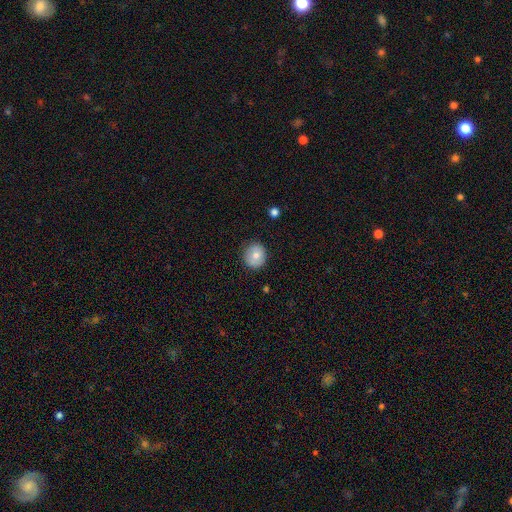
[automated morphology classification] smooth_or_featured: smooth (p=0.76) [alt: featured or disk p=0.15]
how_rounded: round (p=0.85) [alt: in between p=0.14]
merging: none (p=0.87) [alt: minor disturbance p=0.10]